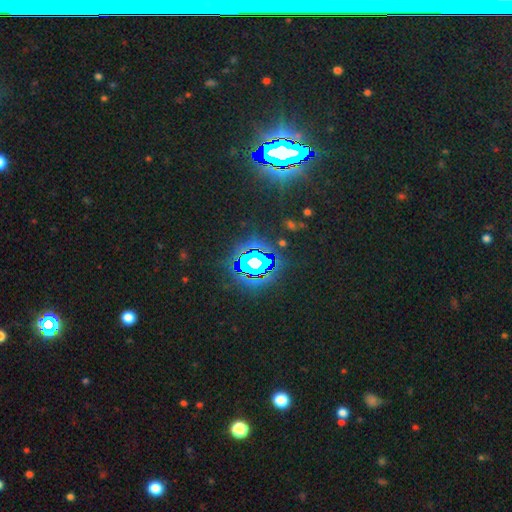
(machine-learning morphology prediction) The model was most divided on "smooth or featured": star or artifact: 82%, smooth: 10%, featured or disk: 8%.